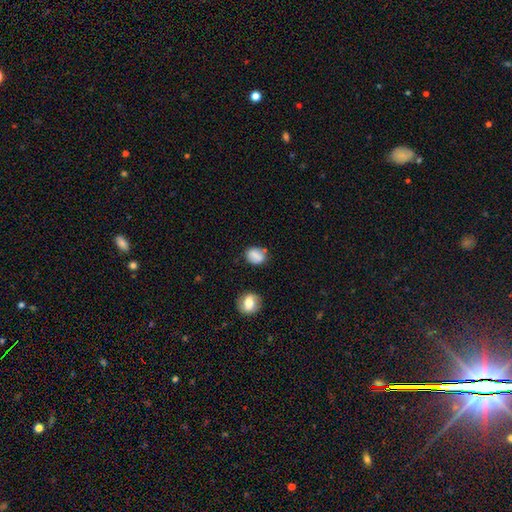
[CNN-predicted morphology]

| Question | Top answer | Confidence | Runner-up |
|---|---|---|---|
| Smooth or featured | smooth | 80% | featured or disk (11%) |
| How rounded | in between | 51% | round (47%) |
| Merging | none | 66% | minor disturbance (23%) |